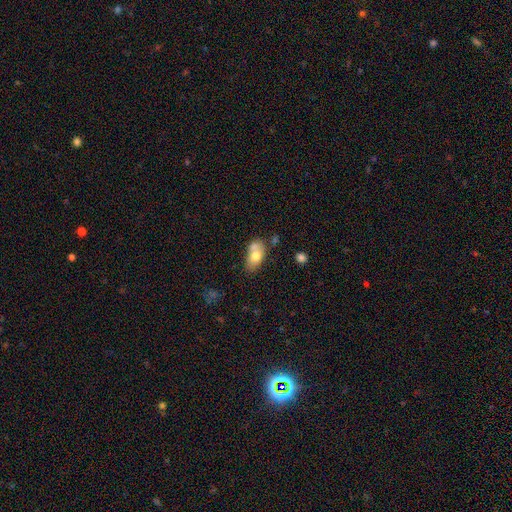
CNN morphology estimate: Smooth or featured?
  - smooth: 70% *
  - featured or disk: 22%
  - star or artifact: 8%
How rounded?
  - in between: 86% *
  - round: 11%
  - cigar-shaped: 3%
Merging?
  - none: 38% * (tied)
  - merger: 38% * (tied)
  - minor disturbance: 18%
  - major disturbance: 7%